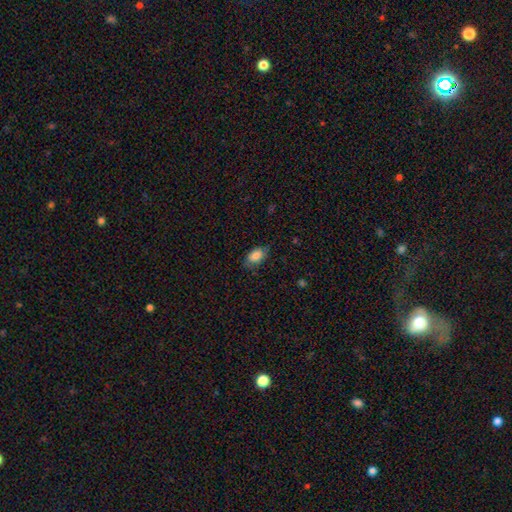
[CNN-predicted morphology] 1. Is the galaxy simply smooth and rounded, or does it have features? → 83% smooth, 9% featured or disk, 7% star or artifact.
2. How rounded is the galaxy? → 90% in between, 7% round, 3% cigar-shaped.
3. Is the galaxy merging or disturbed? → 72% none, 22% minor disturbance, 5% major disturbance, 1% merger.